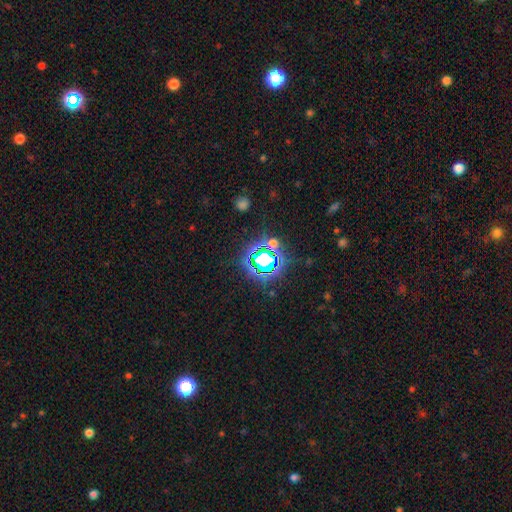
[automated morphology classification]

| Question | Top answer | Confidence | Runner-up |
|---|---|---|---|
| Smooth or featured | star or artifact | 76% | smooth (15%) |